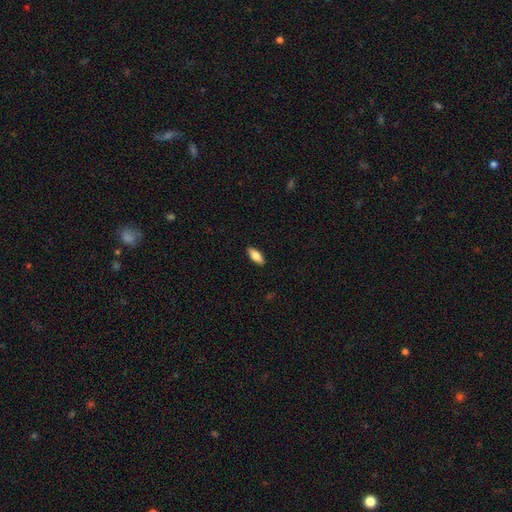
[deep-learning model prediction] smooth-or-featured: smooth: 80% | featured or disk: 13% | star or artifact: 6%
  how-rounded: in between: 78% | cigar-shaped: 20% | round: 2%
  merging: none: 89% | minor disturbance: 8% | major disturbance: 2% | merger: 1%